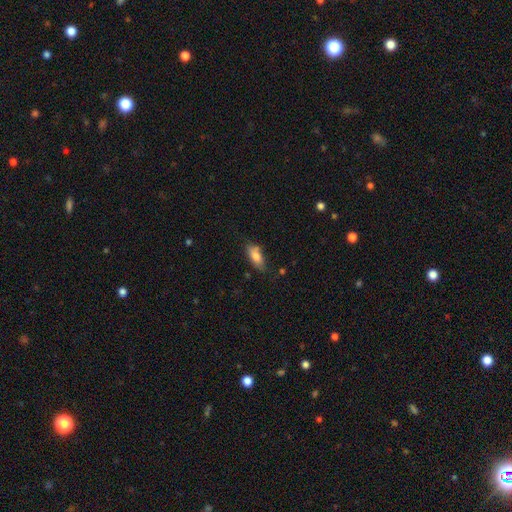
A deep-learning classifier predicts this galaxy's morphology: Smooth or featured? smooth (82%)
How rounded? in between (81%)
Merging? none (70%)